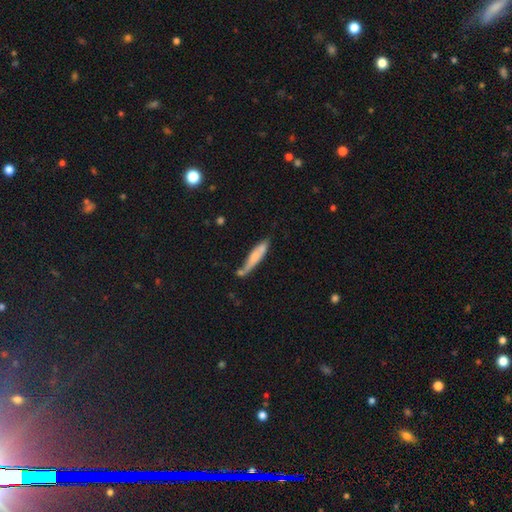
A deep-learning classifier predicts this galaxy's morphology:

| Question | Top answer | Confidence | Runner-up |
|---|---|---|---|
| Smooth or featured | smooth | 63% | featured or disk (31%) |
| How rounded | cigar-shaped | 84% | in between (15%) |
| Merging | none | 52% | minor disturbance (26%) |